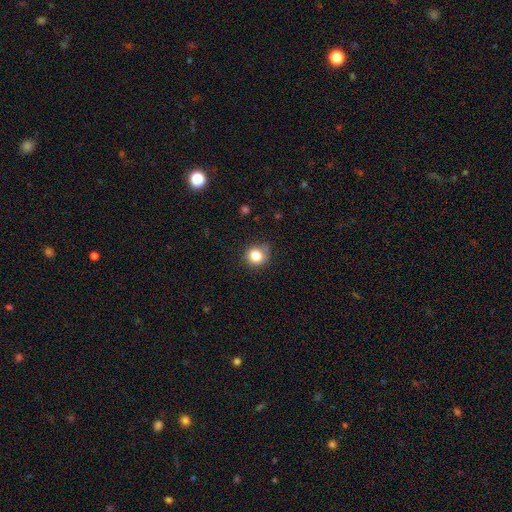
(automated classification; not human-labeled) Smooth or featured? smooth (82%)
How rounded? round (84%)
Merging? none (75%)